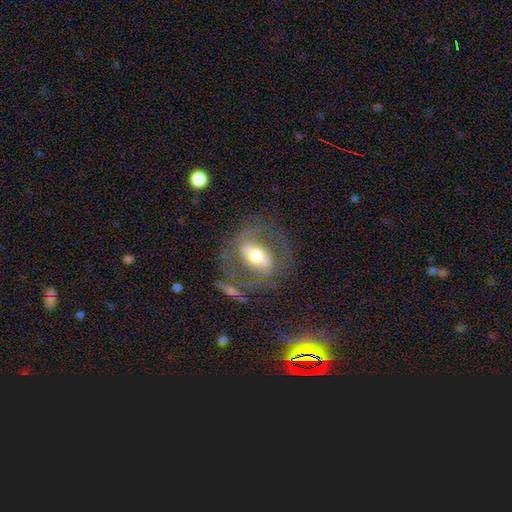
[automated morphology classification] Smooth or featured? featured or disk (66%)
Edge-on disk? no (87%)
Bar? strong (52%)
Spiral arms? yes (55%)
Bulge size? moderate (65%)
Merging? none (64%)